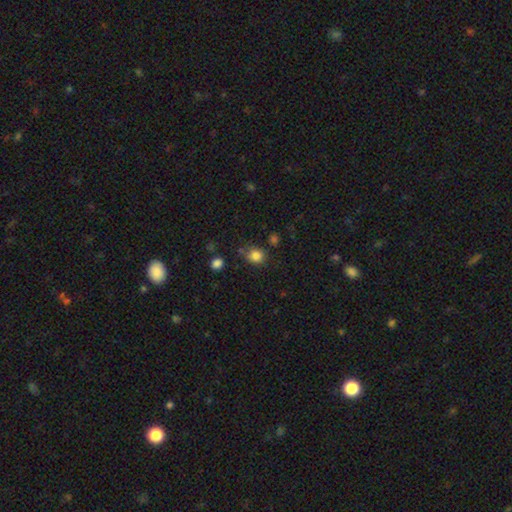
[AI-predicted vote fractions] Smooth or featured? smooth (83%)
How rounded? round (75%)
Merging? none (73%)